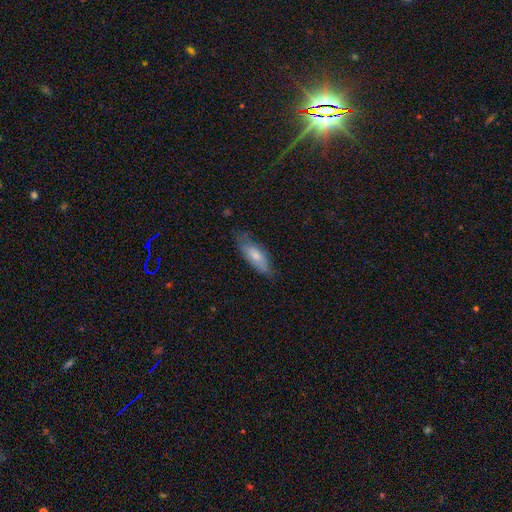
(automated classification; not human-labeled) smooth-or-featured: smooth: 69% | featured or disk: 25% | star or artifact: 6%
  how-rounded: in between: 59% | cigar-shaped: 39% | round: 2%
  merging: none: 69% | minor disturbance: 24% | major disturbance: 6% | merger: 1%